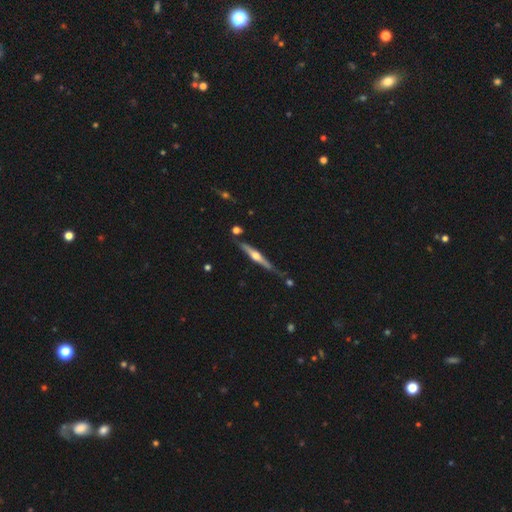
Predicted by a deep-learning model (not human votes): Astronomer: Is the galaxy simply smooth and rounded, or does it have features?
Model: featured or disk — 73%.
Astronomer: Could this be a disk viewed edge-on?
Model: yes — 96%.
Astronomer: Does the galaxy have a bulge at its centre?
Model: rounded — 88%.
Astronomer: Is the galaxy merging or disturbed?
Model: none — 70%.